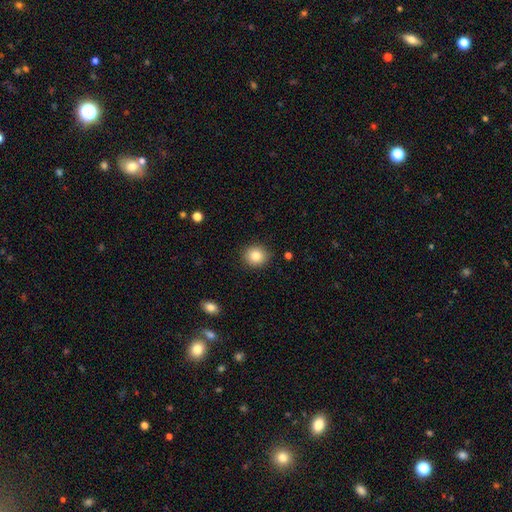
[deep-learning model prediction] This appears to be a smooth galaxy with no disk features (84%) that is round (84%). Merging: none (90%).